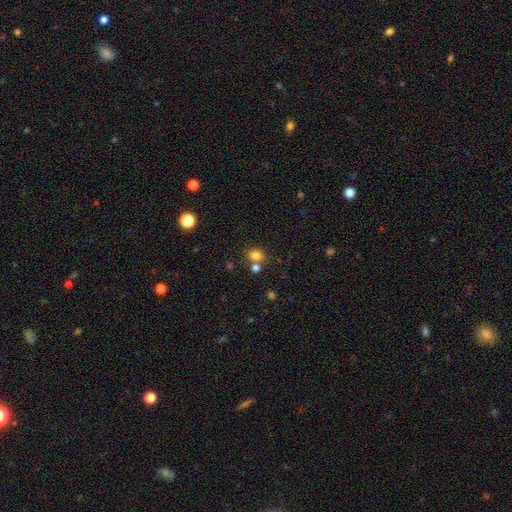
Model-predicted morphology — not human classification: This is likely a smooth galaxy (80%). How rounded: possibly round (54%). Merging: likely none (64%).